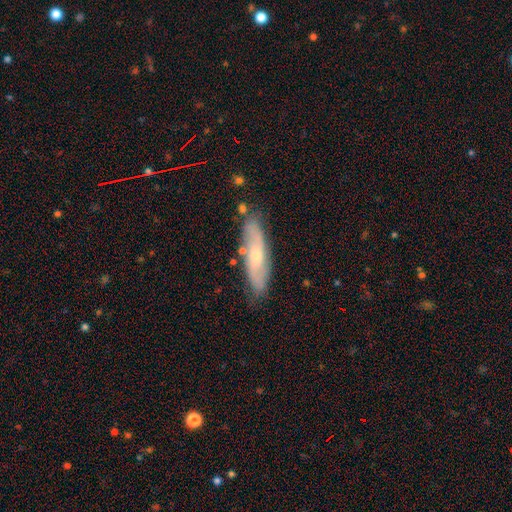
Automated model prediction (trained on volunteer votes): Smooth or featured? Predicted: featured or disk (p=0.60). Edge-on disk? Predicted: no (p=0.67). Merging? Predicted: none (p=0.81).